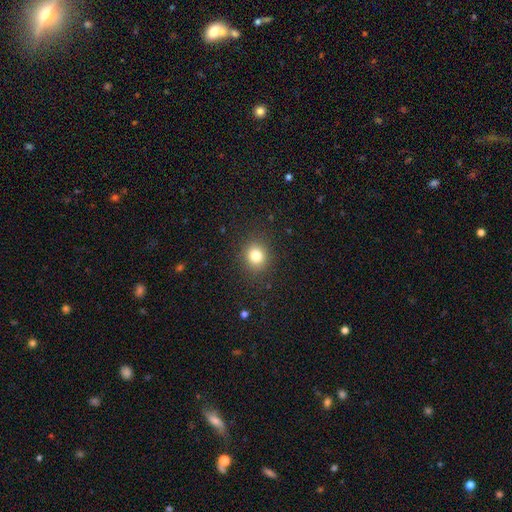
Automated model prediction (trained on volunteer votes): Smooth or featured?
  - smooth: 81% *
  - star or artifact: 13%
  - featured or disk: 7%
How rounded?
  - round: 77% *
  - in between: 22%
  - cigar-shaped: 1%
Merging?
  - none: 88% *
  - minor disturbance: 8%
  - major disturbance: 3%
  - merger: 1%